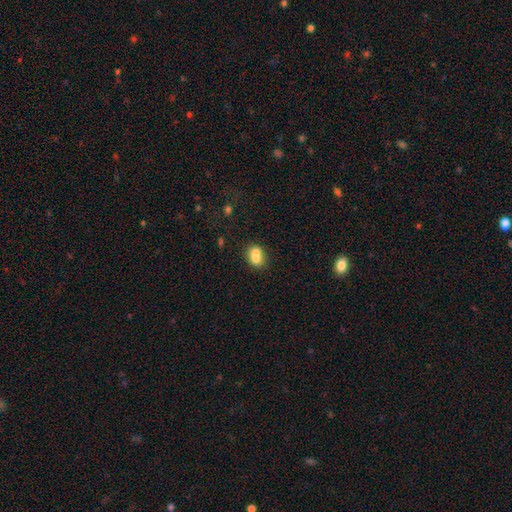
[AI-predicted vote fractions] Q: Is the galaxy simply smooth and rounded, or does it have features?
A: smooth — 72%.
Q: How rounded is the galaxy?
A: in between — 57%.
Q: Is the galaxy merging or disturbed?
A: merger — 57%.